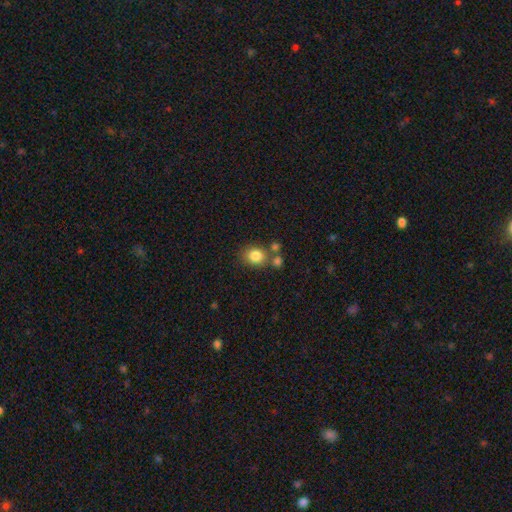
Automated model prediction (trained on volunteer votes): A smooth galaxy with no disk features (83%) that is round (65%).

Vote fractions:
- Smooth or featured? smooth: 83% / star or artifact: 10% / featured or disk: 7%
- How rounded? round: 65% / in between: 34% / cigar-shaped: 1%
- Merging? none: 65% / merger: 19% / minor disturbance: 12% / major disturbance: 4%